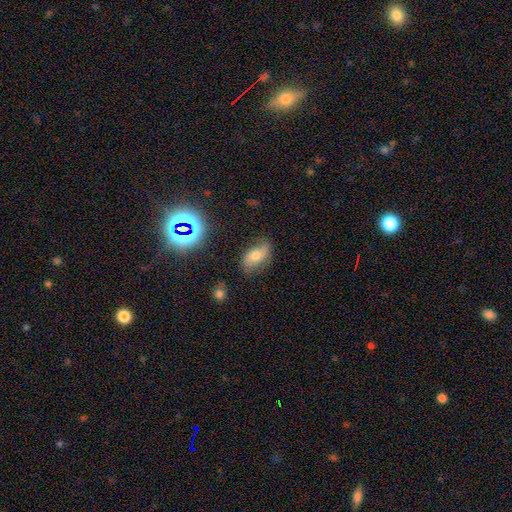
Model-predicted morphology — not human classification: smooth 49%, featured or disk 37%, star or artifact 13%. Down the decision tree: merging — none (66%).